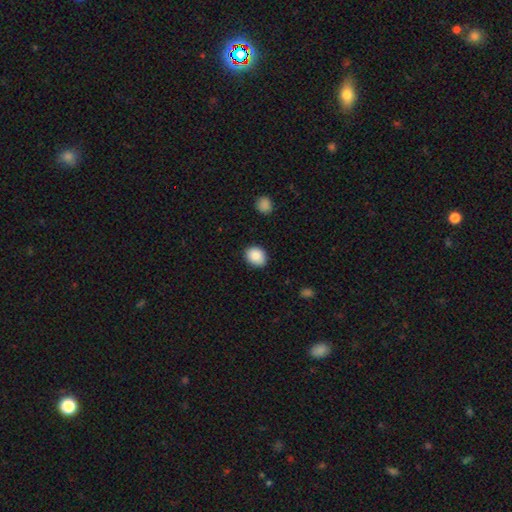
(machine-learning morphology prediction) smooth-or-featured: smooth: 87% | star or artifact: 8% | featured or disk: 5%
  how-rounded: round: 51% | in between: 49% | cigar-shaped: 1%
  merging: none: 86% | minor disturbance: 11% | major disturbance: 2% | merger: 1%